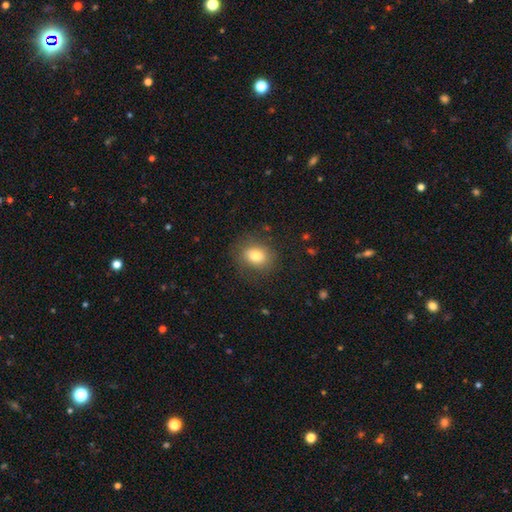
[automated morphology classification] A smooth galaxy with no disk features (79%) that is round (51%). Merging: none (81%).